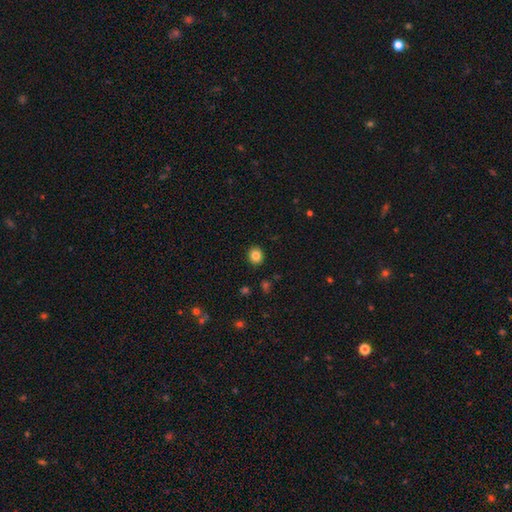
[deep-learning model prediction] Smooth or featured? Predicted: smooth (p=0.84). How rounded? Predicted: round (p=0.79). Merging? Predicted: none (p=0.91).